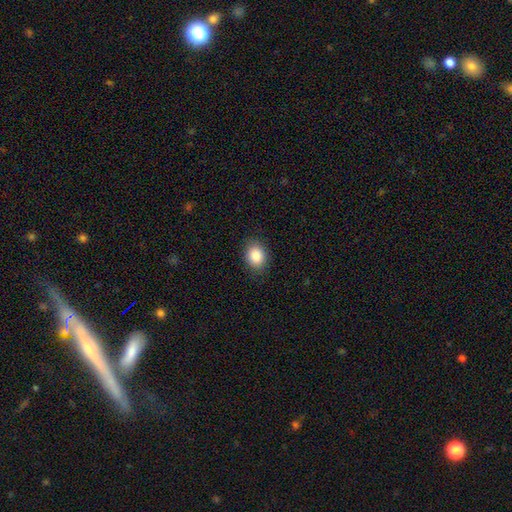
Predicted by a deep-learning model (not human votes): Smooth or featured?
  - smooth: 88% *
  - star or artifact: 8%
  - featured or disk: 4%
How rounded?
  - in between: 63% *
  - round: 36%
  - cigar-shaped: 1%
Merging?
  - none: 86% *
  - minor disturbance: 10%
  - major disturbance: 3%
  - merger: 1%